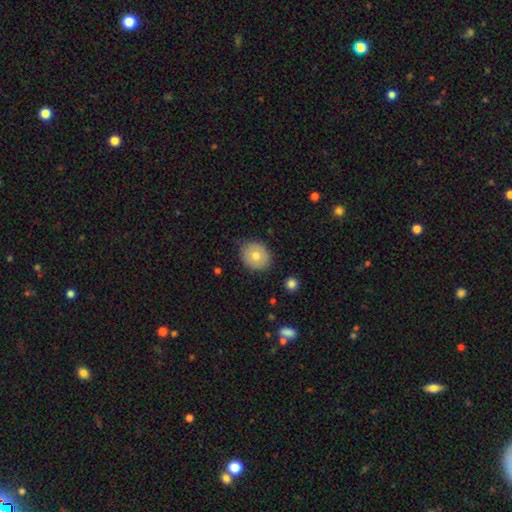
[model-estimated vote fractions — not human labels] Smooth or featured: smooth — 74% (featured or disk — 18%)
How rounded: round — 69% (in between — 30%)
Merging: none — 80% (minor disturbance — 16%)